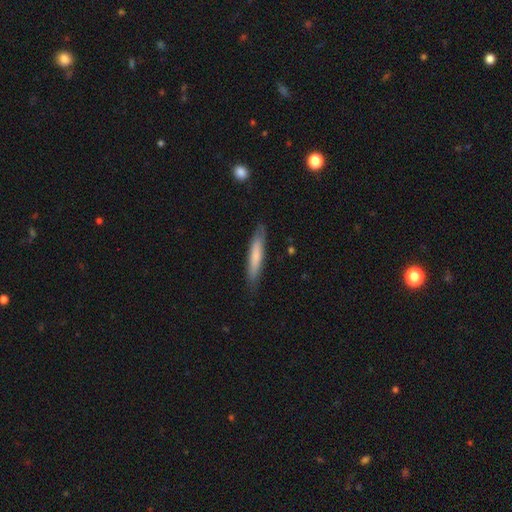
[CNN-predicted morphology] This is likely a smooth galaxy (70%). How rounded: clearly cigar-shaped (91%). Merging: clearly none (83%).